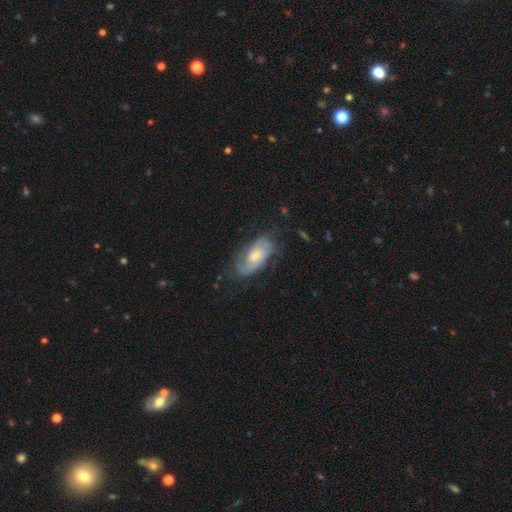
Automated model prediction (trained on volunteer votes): Q: Smooth or featured?
A: featured or disk (72%); runner-up: smooth (22%)
Q: Edge-on disk?
A: no (95%); runner-up: yes (5%)
Q: Bar?
A: no (66%); runner-up: weak (29%)
Q: Spiral arms?
A: yes (91%); runner-up: no (9%)
Q: Spiral winding?
A: tight (43%); runner-up: medium (40%)
Q: Spiral arm count?
A: 2 (59%); runner-up: can't tell (23%)
Q: Bulge size?
A: moderate (56%); runner-up: small (33%)
Q: Merging?
A: none (67%); runner-up: minor disturbance (22%)